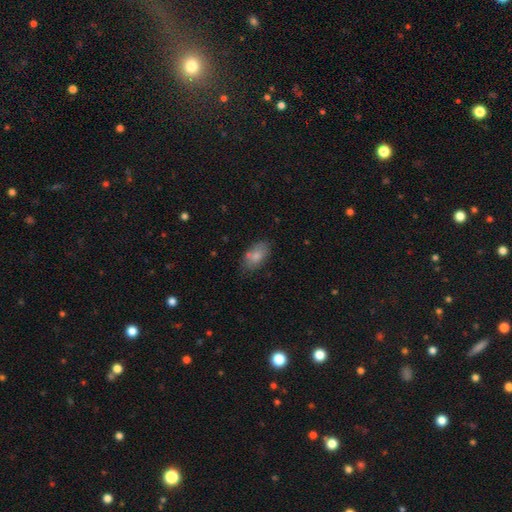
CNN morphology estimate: The model was most divided on "merging": none: 68%, minor disturbance: 21%, merger: 6%, major disturbance: 5%. More confident: how rounded — in between (92%); smooth or featured — smooth (80%).